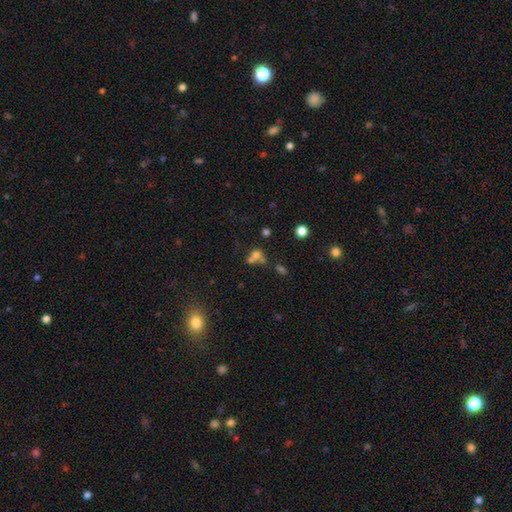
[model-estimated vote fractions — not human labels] smooth 62%, star or artifact 21%, featured or disk 17%. Down the decision tree: how rounded — round (73%); merging — merger (53%).